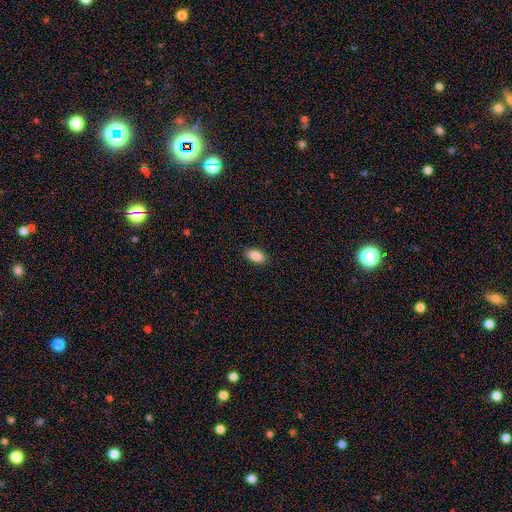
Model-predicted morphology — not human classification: type=smooth (89%); roundness=in between (93%); merging=none (89%).